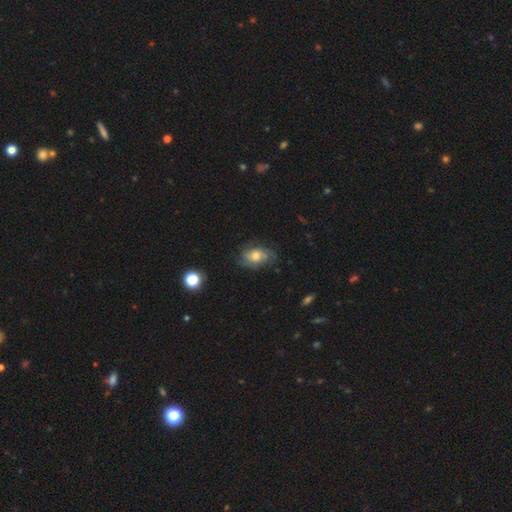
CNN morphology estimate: Smooth or featured? featured or disk (51%)
Edge-on disk? no (94%)
Merging? none (65%)